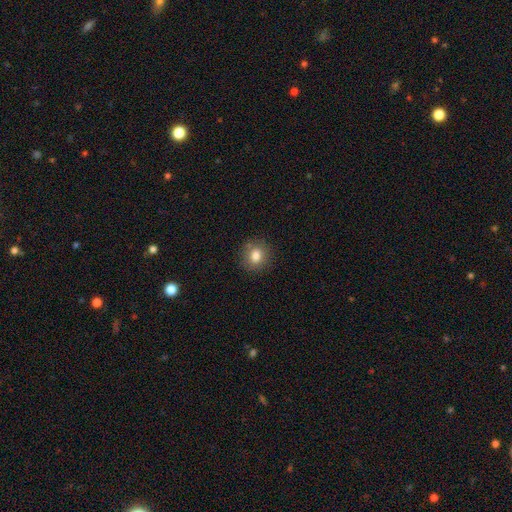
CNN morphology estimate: A smooth galaxy with no disk features (82%) that is round (79%). Merging: none (86%).